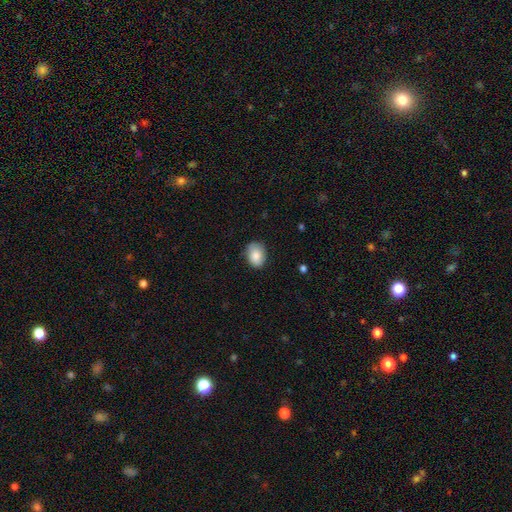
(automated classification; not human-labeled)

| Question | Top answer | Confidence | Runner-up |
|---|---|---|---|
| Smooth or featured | smooth | 83% | featured or disk (10%) |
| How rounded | in between | 69% | round (30%) |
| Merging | none | 74% | minor disturbance (21%) |